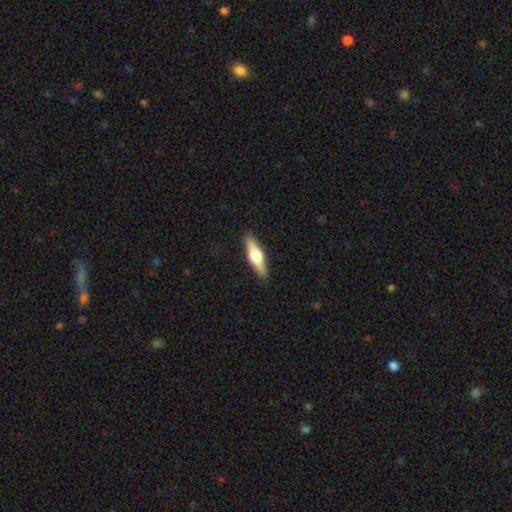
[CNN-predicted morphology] Q: Smooth or featured?
A: featured or disk (54%); runner-up: smooth (40%)
Q: Edge-on disk?
A: yes (95%); runner-up: no (5%)
Q: Edge-on bulge?
A: rounded (94%); runner-up: boxy (4%)
Q: Merging?
A: none (90%); runner-up: minor disturbance (7%)